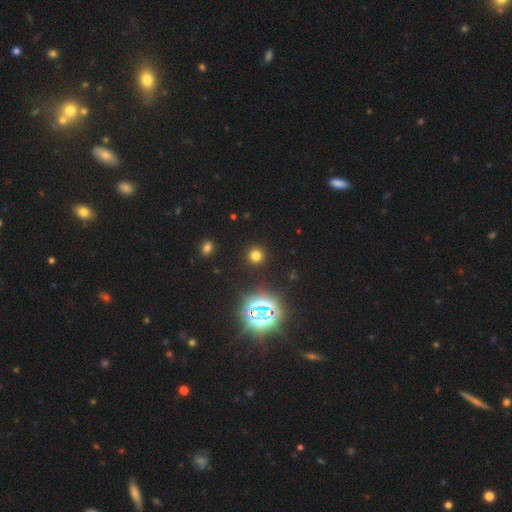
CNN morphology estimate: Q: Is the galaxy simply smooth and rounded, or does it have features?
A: smooth — 69%.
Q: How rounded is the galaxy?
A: round — 93%.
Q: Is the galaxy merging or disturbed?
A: none — 91%.